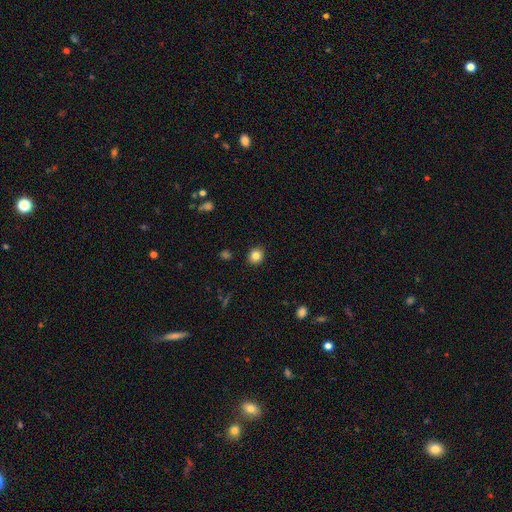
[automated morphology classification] Smooth or featured? Predicted: smooth (p=0.83). How rounded? Predicted: round (p=0.83). Merging? Predicted: none (p=0.91).